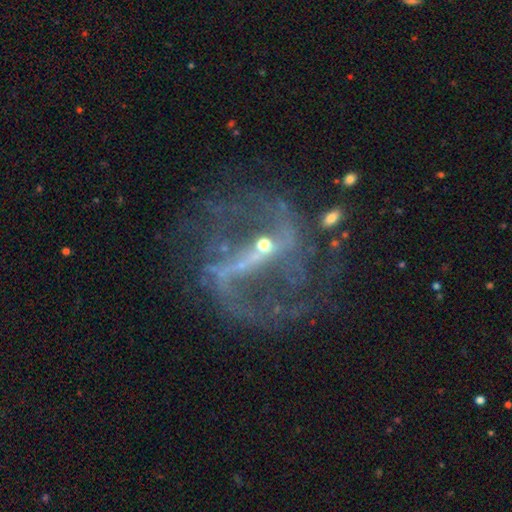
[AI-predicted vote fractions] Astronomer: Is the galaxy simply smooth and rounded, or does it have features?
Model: featured or disk — 87%.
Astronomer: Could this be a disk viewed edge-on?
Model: no — 96%.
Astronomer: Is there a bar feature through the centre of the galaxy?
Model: strong — 60%.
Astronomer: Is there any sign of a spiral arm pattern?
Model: yes — 92%.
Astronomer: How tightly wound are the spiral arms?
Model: loose — 48% (runner-up: medium, 40%).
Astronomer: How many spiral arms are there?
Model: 2 — 82%.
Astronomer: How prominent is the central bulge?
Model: small — 73%.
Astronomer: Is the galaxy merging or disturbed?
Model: none — 62%.